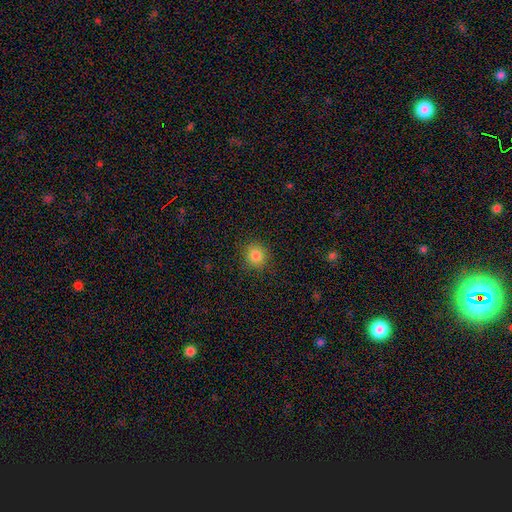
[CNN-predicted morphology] Q: Smooth or featured?
A: smooth (83%); runner-up: star or artifact (12%)
Q: How rounded?
A: round (91%); runner-up: in between (8%)
Q: Merging?
A: none (90%); runner-up: minor disturbance (7%)